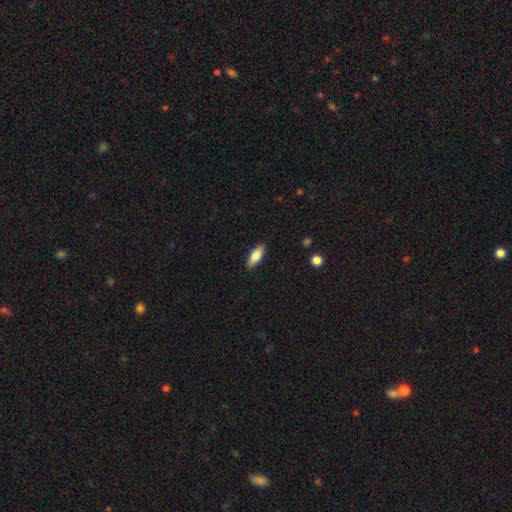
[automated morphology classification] Smooth or featured? smooth (81%)
How rounded? in between (76%)
Merging? none (89%)